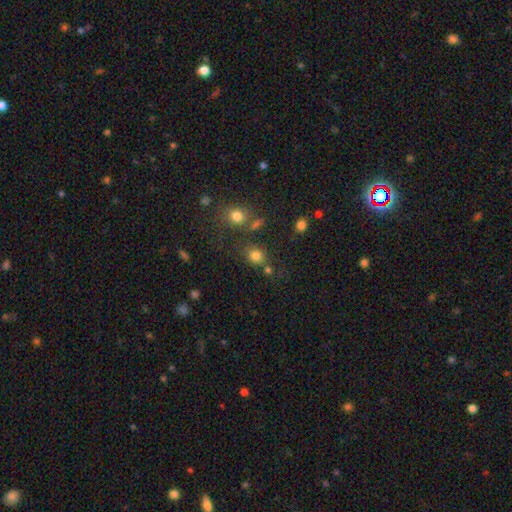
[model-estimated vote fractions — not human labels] Smooth or featured?
  - smooth: 78% *
  - star or artifact: 15%
  - featured or disk: 7%
How rounded?
  - round: 67% *
  - in between: 31%
  - cigar-shaped: 1%
Merging?
  - none: 66% *
  - merger: 15%
  - minor disturbance: 13%
  - major disturbance: 6%